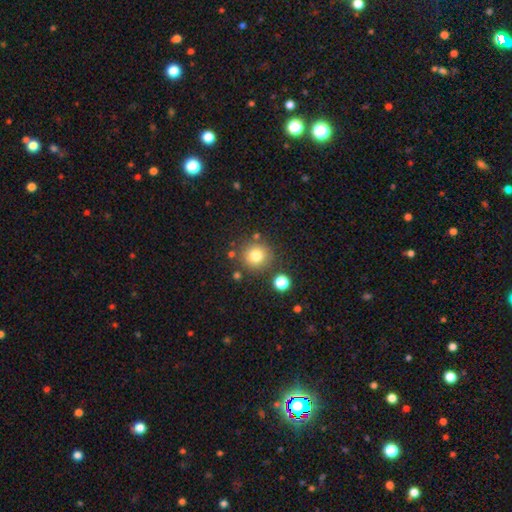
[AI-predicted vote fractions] Smooth or featured: smooth — 79% (star or artifact — 13%)
How rounded: round — 93% (in between — 6%)
Merging: none — 83% (minor disturbance — 9%)